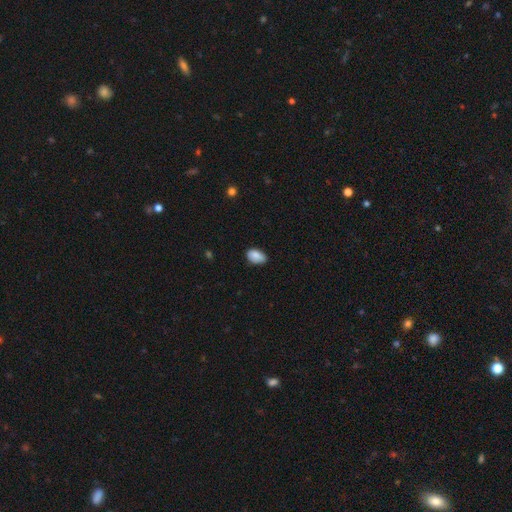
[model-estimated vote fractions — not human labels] Morphology: type=smooth (84%); roundness=in between (91%); merging=none (76%).